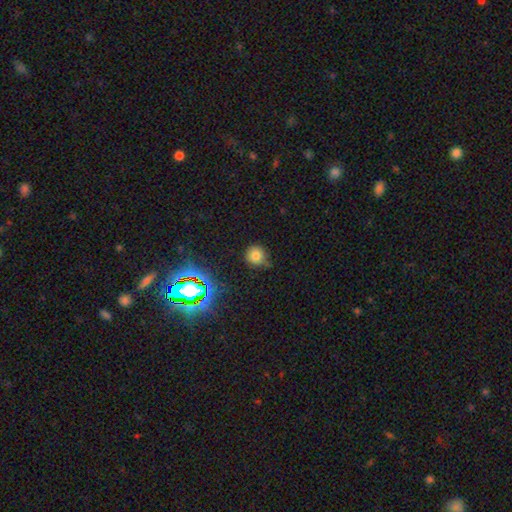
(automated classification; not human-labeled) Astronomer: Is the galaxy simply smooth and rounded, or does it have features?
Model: smooth — 74%.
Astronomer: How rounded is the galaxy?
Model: round — 91%.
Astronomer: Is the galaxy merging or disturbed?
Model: none — 74%.